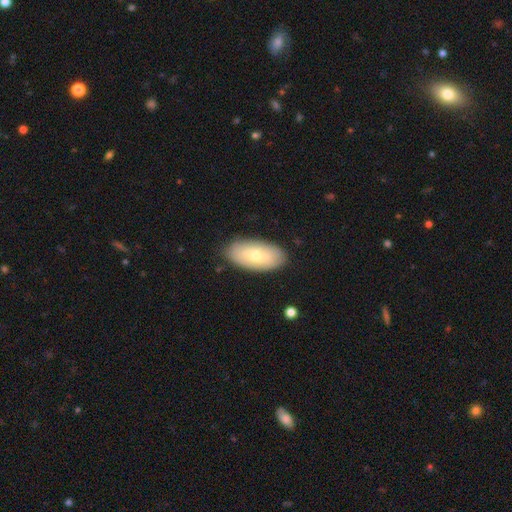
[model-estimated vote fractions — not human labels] smooth 66%, featured or disk 28%, star or artifact 6%. Down the decision tree: how rounded — in between (93%); merging — none (85%).